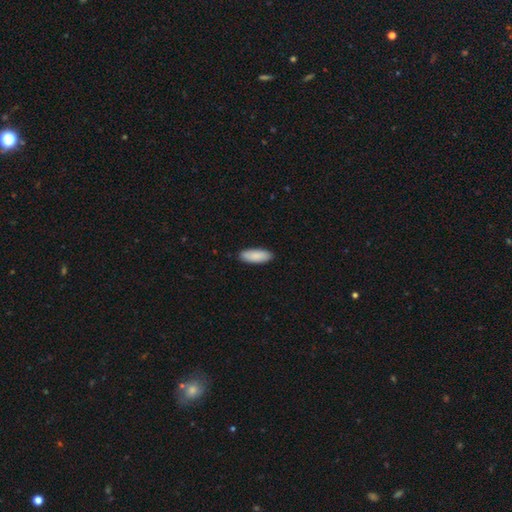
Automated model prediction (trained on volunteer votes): smooth 90%, star or artifact 5%, featured or disk 5%. Down the decision tree: how rounded — in between (73%); merging — none (90%).